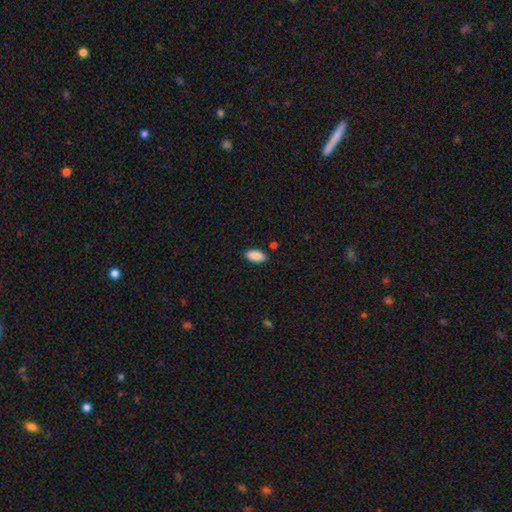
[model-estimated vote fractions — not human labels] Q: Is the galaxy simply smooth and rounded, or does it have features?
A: smooth — 90%.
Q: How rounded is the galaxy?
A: in between — 92%.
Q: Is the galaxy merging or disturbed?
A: none — 86%.